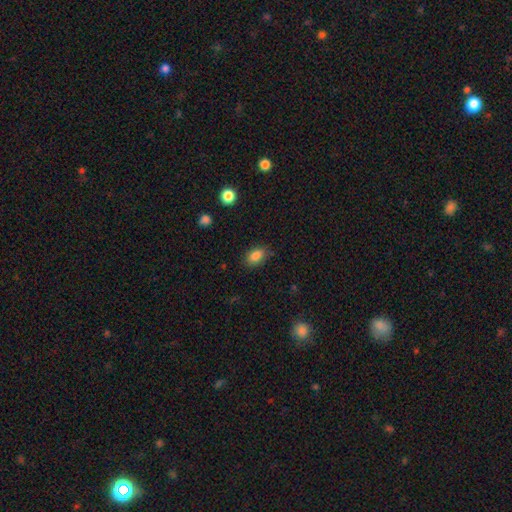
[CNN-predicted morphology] Smooth or featured? Predicted: smooth (p=0.86). How rounded? Predicted: in between (p=0.88). Merging? Predicted: none (p=0.83).